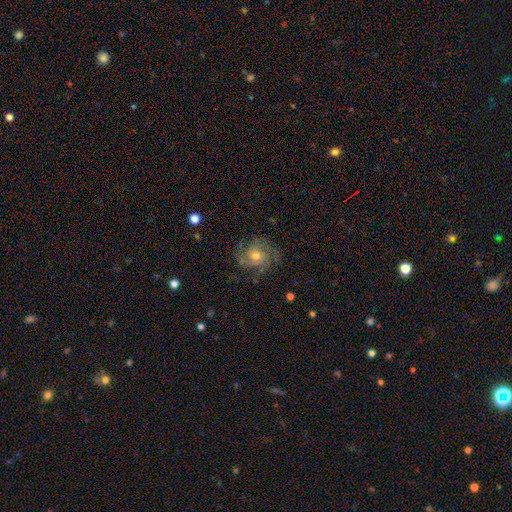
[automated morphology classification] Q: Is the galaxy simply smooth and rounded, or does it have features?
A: featured or disk — 76%.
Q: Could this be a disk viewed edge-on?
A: no — 97%.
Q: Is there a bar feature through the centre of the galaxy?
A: no — 80%.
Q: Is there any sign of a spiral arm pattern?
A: yes — 92%.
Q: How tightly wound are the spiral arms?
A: tight — 51%.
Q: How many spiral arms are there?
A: can't tell — 28%.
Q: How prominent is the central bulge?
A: moderate — 64%.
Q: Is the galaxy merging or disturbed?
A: none — 75%.